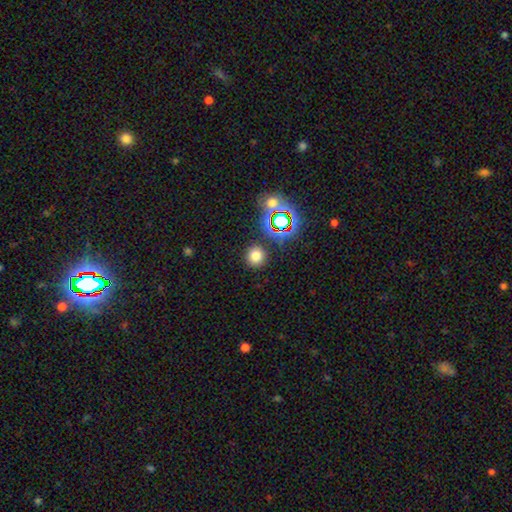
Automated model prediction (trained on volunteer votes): A smooth galaxy with no disk features (73%) that is round (92%). Merging: none (88%).